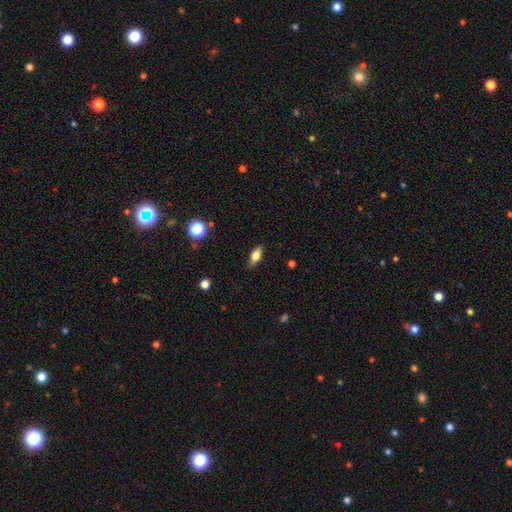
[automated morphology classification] This appears to be a smooth galaxy with no disk features (71%) that is in between round and cigar-shaped (80%). Merging: none (86%).